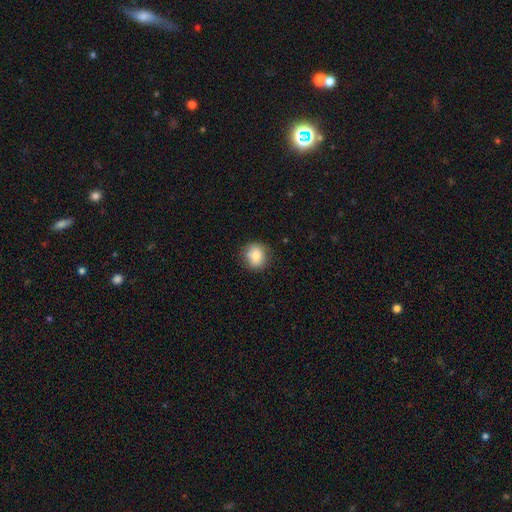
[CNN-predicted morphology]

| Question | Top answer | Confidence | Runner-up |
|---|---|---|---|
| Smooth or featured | smooth | 77% | featured or disk (14%) |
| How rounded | round | 82% | in between (17%) |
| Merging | none | 79% | minor disturbance (15%) |